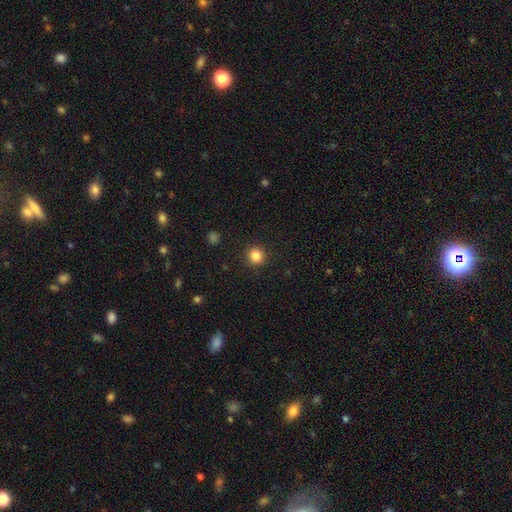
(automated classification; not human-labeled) A smooth galaxy with no disk features (85%) that is round (93%).

Vote fractions:
- Smooth or featured? smooth: 85% / star or artifact: 11% / featured or disk: 4%
- How rounded? round: 93% / in between: 6% / cigar-shaped: 1%
- Merging? none: 91% / minor disturbance: 6% / major disturbance: 2% / merger: 1%